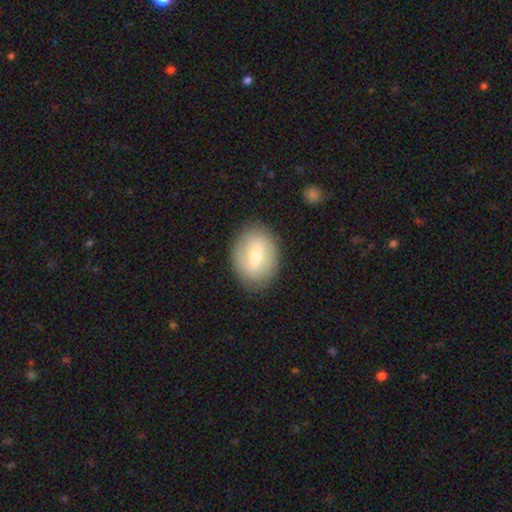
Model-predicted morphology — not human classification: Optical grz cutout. It shows a smooth galaxy with no disk features (49%). Merging: none (84%).